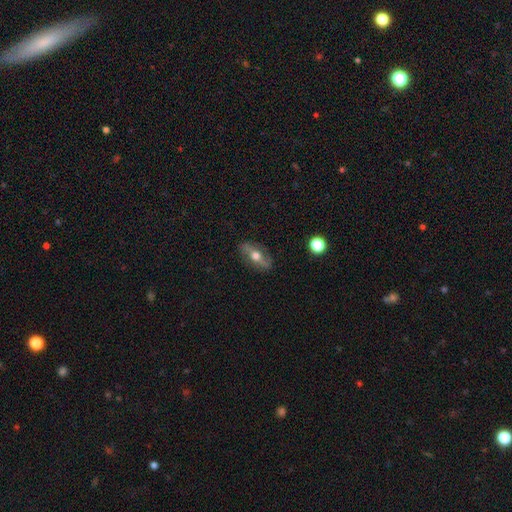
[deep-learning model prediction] Overall: featured or disk (60%; smooth 32%). Edge-on disk: no (55%; yes 45%). Merging: none (84%).